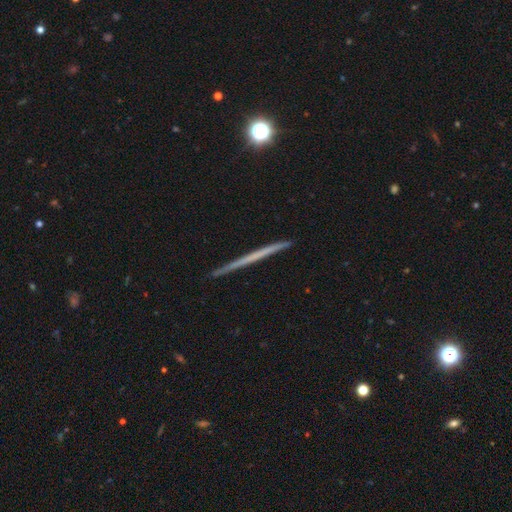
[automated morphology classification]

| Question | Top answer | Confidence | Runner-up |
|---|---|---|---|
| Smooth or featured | featured or disk | 58% | smooth (36%) |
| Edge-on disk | yes | 98% | no (2%) |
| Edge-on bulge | none | 93% | rounded (5%) |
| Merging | none | 92% | minor disturbance (5%) |